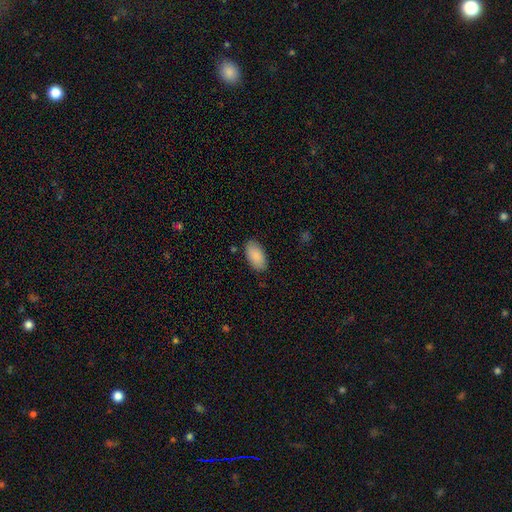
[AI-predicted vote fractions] smooth-or-featured: smooth: 90% | star or artifact: 6% | featured or disk: 4%
  how-rounded: in between: 95% | cigar-shaped: 2% | round: 2%
  merging: none: 86% | minor disturbance: 10% | major disturbance: 2% | merger: 1%